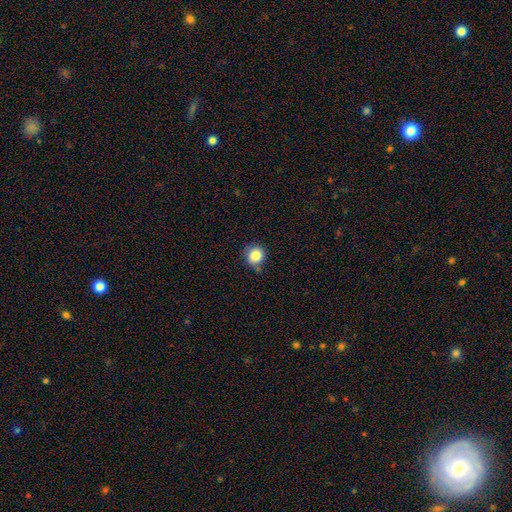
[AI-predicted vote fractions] The model was most divided on "merging": none: 73%, minor disturbance: 20%, major disturbance: 4%, merger: 3%. More confident: how rounded — round (91%); smooth or featured — smooth (84%).